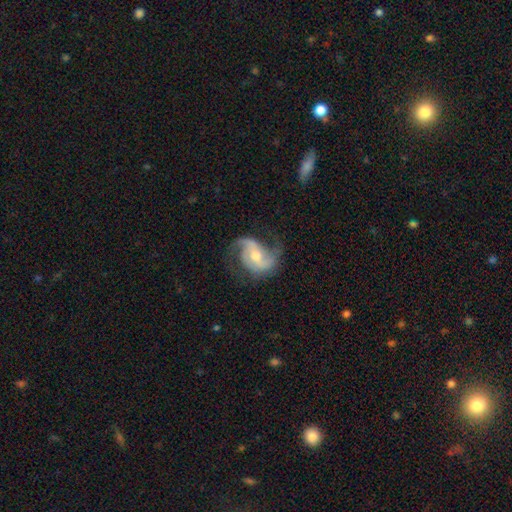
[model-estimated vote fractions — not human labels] smooth-or-featured: featured or disk: 86% | smooth: 8% | star or artifact: 5%
  disk-edge-on: no: 97% | yes: 3%
    bar: weak: 42% | no: 39% | strong: 19%
    has-spiral-arms: yes: 96% | no: 4%
      spiral-winding: medium: 46% | loose: 41% | tight: 14%
      spiral-arm-count: 2: 78% | 3: 10% | can't tell: 5% | 1: 4% | 4: 2% | more than 4: 2%
    bulge-size: moderate: 61% | small: 33% | large: 3% | none: 1% | dominant: 1%
  merging: none: 66% | minor disturbance: 19% | major disturbance: 13% | merger: 1%